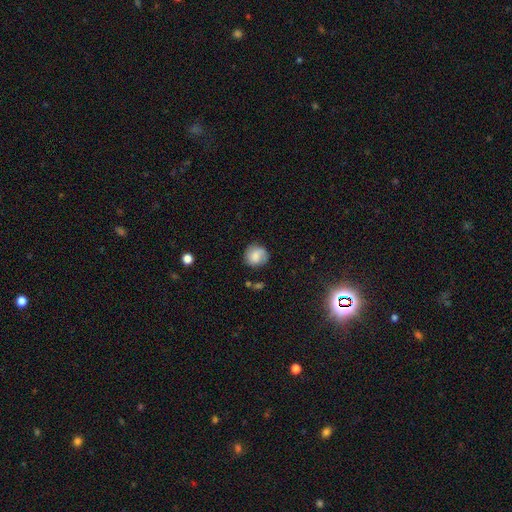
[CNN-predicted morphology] This is likely a smooth galaxy (72%). How rounded: clearly round (86%). Merging: likely none (74%).